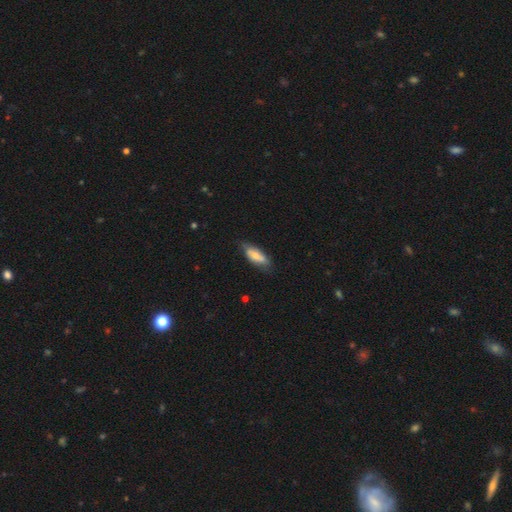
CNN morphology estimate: Smooth or featured? smooth (63%)
How rounded? in between (71%)
Merging? none (65%)